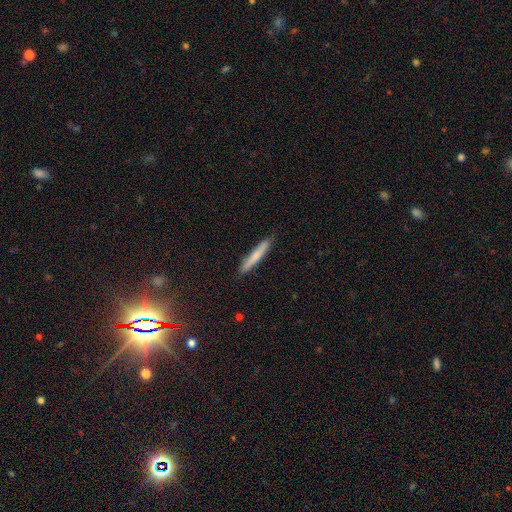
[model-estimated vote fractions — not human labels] A smooth galaxy with no disk features (70%) that is cigar-shaped (95%).

Vote fractions:
- Smooth or featured? smooth: 70% / featured or disk: 24% / star or artifact: 6%
- How rounded? cigar-shaped: 95% / in between: 4% / round: 1%
- Merging? none: 88% / minor disturbance: 9% / major disturbance: 2% / merger: 1%